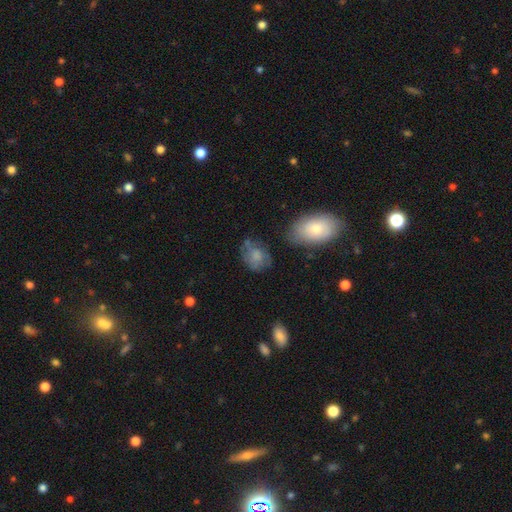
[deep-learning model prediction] Smooth or featured? Predicted: smooth (p=0.66). How rounded? Predicted: in between (p=0.58). Merging? Predicted: none (p=0.51).